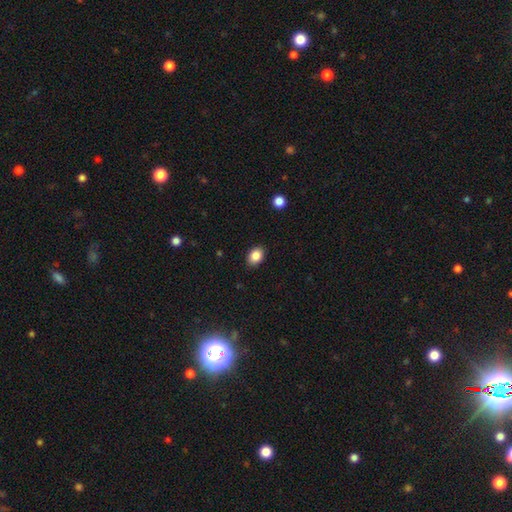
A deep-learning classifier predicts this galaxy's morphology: This appears to be a smooth galaxy with no disk features (86%) that is in between round and cigar-shaped (71%). Merging: none (89%).